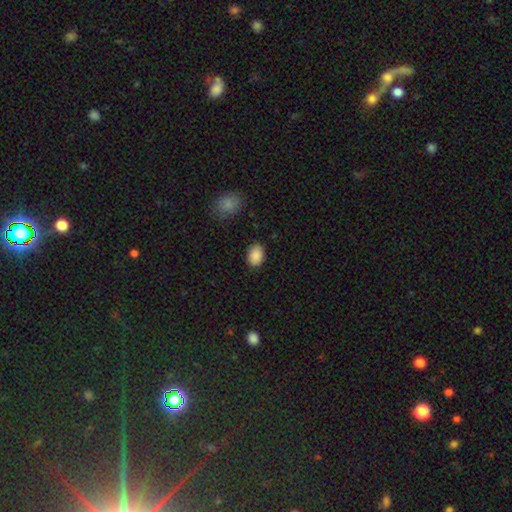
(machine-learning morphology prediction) This appears to be a smooth galaxy with no disk features (89%) that is in between round and cigar-shaped (75%). Merging: none (86%).